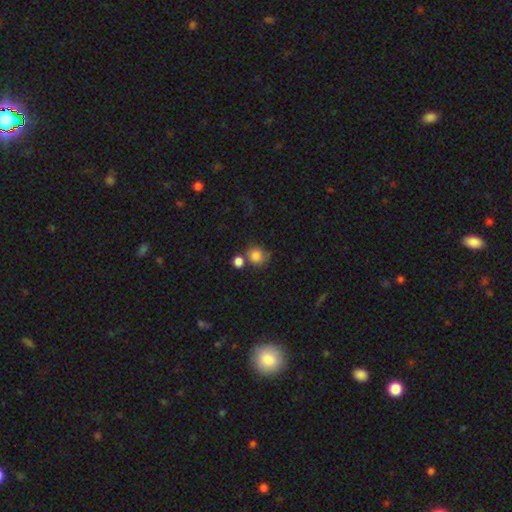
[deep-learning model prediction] Smooth or featured: smooth — 83% (star or artifact — 10%)
How rounded: round — 78% (in between — 21%)
Merging: none — 53% (merger — 26%)